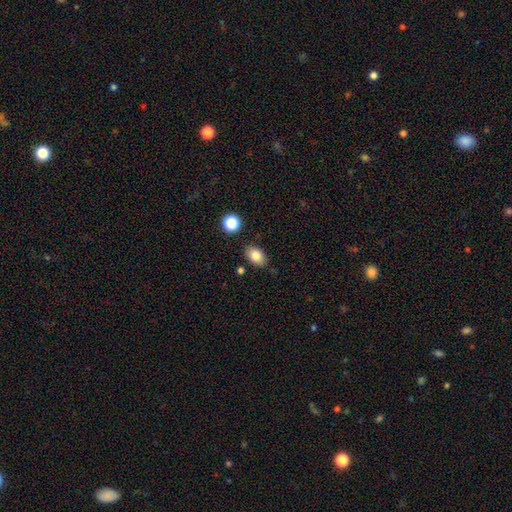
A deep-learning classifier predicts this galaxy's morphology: Overall: smooth (83%). How rounded: in between (81%). Merging: none (82%).